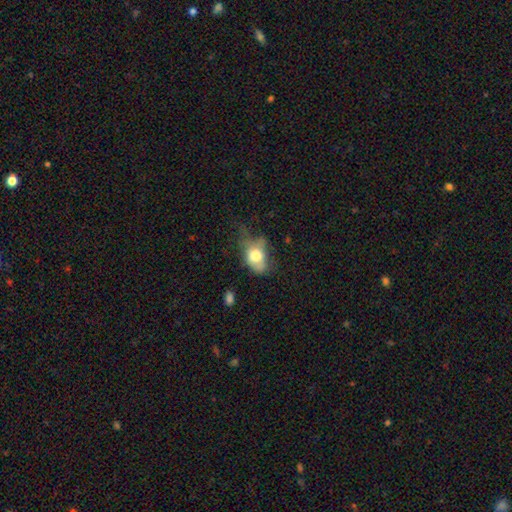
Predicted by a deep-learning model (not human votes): smooth_or_featured: smooth (p=0.68) [alt: featured or disk p=0.23]
how_rounded: in between (p=0.71) [alt: round p=0.27]
merging: minor disturbance (p=0.33) [tied with: major disturbance p=0.33]